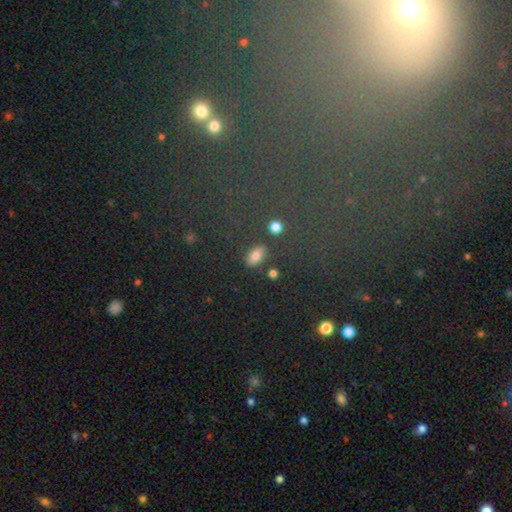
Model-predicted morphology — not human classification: A smooth galaxy with no disk features (80%) that is in between round and cigar-shaped (89%). Merging: none (82%).